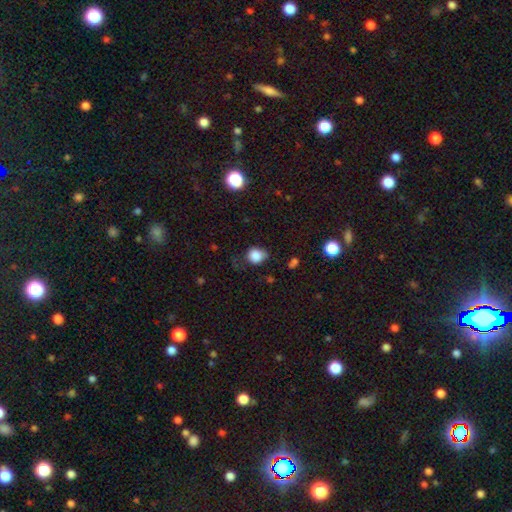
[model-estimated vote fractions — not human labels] This appears to be a smooth galaxy with no disk features (84%) that is round (71%). Merging: none (57%).